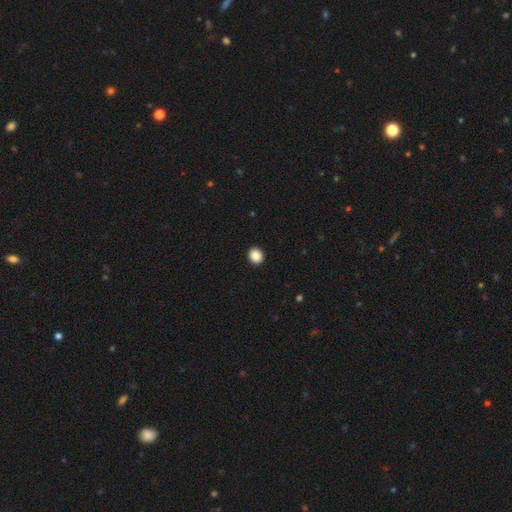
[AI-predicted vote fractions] The model was most divided on "how rounded": round: 78%, in between: 21%, cigar-shaped: 1%. More confident: merging — none (93%); smooth or featured — smooth (88%).